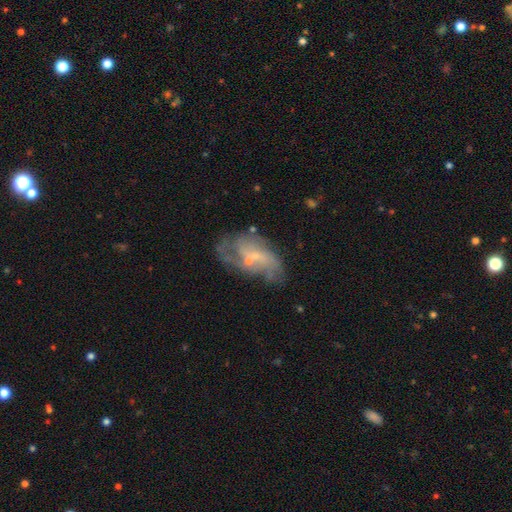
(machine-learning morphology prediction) featured or disk 70%, smooth 20%, star or artifact 9%. Down the decision tree: edge-on disk — no (95%); bar — no (60%); spiral arms — yes (69%); bulge size — small (72%); merging — none (46%).